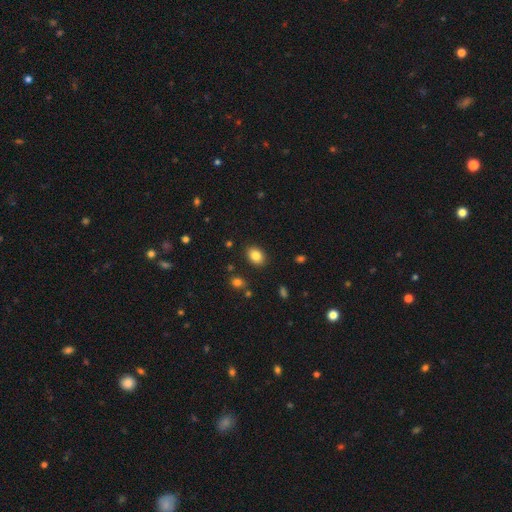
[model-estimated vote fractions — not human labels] The model was most divided on "how rounded": in between: 71%, round: 28%, cigar-shaped: 1%. More confident: merging — none (87%); smooth or featured — smooth (84%).